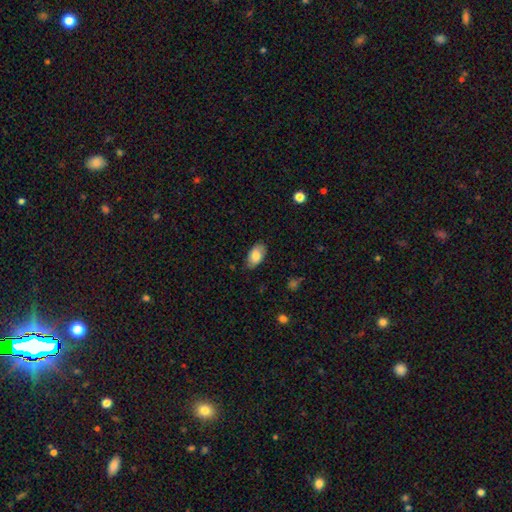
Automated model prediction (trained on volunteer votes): Smooth or featured? Predicted: smooth (p=0.81). How rounded? Predicted: in between (p=0.94). Merging? Predicted: none (p=0.80).